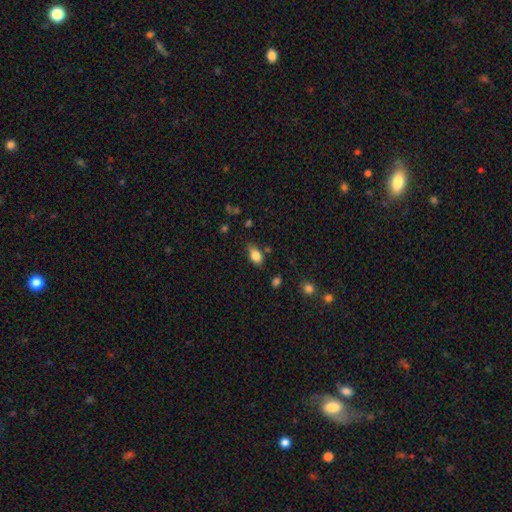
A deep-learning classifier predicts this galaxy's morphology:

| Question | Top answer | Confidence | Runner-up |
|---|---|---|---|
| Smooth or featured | smooth | 81% | featured or disk (11%) |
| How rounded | in between | 86% | round (9%) |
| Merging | none | 66% | minor disturbance (26%) |